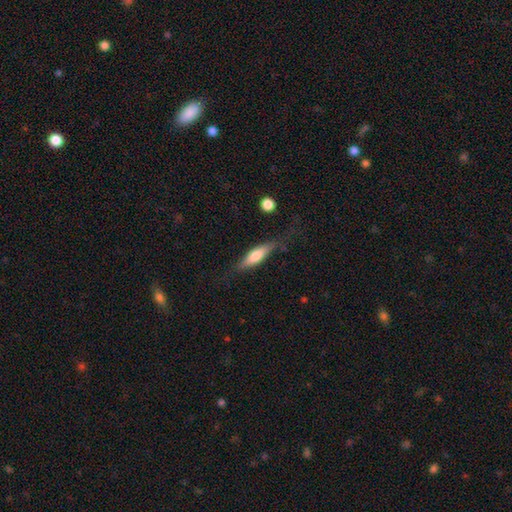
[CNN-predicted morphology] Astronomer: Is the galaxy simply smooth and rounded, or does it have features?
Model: smooth — 62%.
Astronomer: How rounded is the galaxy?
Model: cigar-shaped — 62%.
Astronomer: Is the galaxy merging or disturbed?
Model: none — 67%.